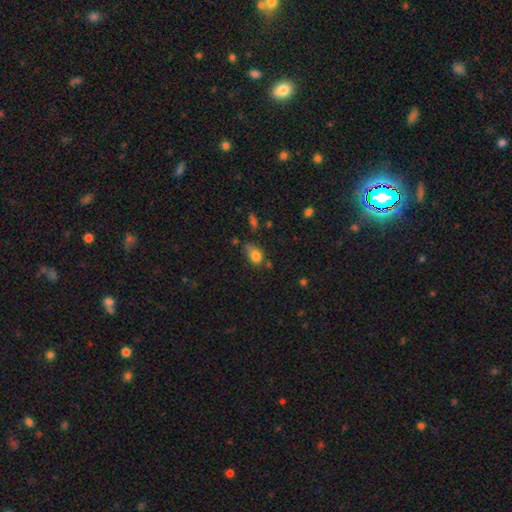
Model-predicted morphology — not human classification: smooth 80%, star or artifact 11%, featured or disk 9%. Down the decision tree: how rounded — in between (72%); merging — none (39%).